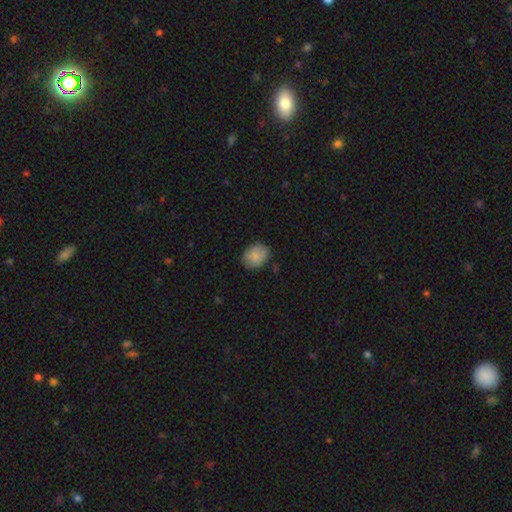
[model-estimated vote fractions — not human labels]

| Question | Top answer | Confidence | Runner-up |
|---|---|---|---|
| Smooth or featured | smooth | 81% | featured or disk (12%) |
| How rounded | in between | 57% | round (42%) |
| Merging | none | 78% | minor disturbance (17%) |